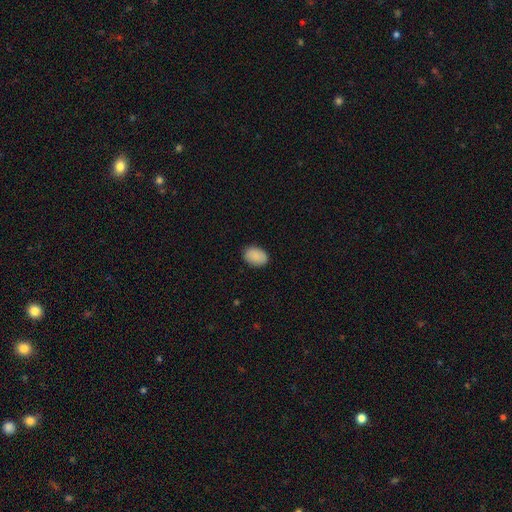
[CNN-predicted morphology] Q: Smooth or featured?
A: smooth (89%); runner-up: star or artifact (7%)
Q: How rounded?
A: in between (79%); runner-up: round (20%)
Q: Merging?
A: none (87%); runner-up: minor disturbance (10%)